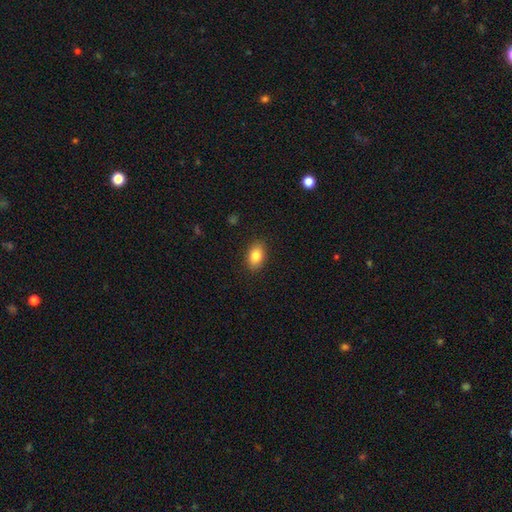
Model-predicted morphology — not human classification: type=smooth (83%); roundness=in between (87%); merging=none (88%).